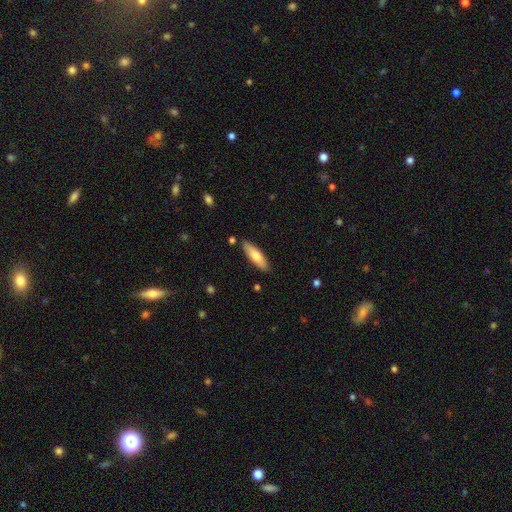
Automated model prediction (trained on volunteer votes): Overall: smooth (71%). How rounded: cigar-shaped (57%; in between 41%). Merging: none (87%).